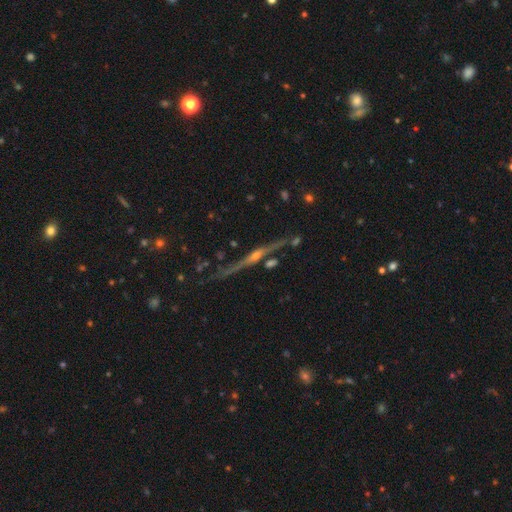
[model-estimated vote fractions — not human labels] Smooth or featured? Predicted: featured or disk (p=0.85). Edge-on disk? Predicted: yes (p=0.96). Edge-on bulge? Predicted: rounded (p=0.91). Merging? Predicted: none (p=0.77).